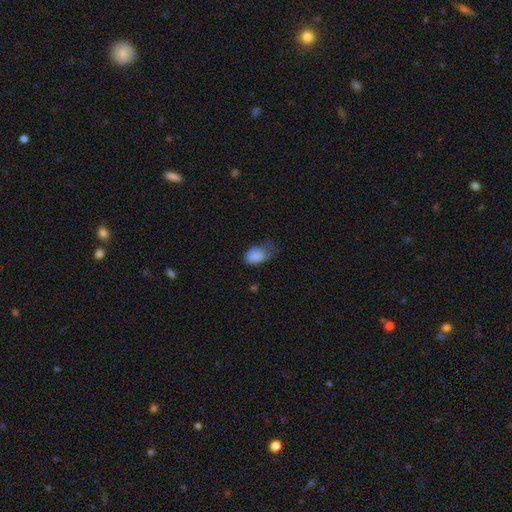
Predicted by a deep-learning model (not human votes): Smooth or featured? Predicted: smooth (p=0.83). How rounded? Predicted: in between (p=0.89). Merging? Predicted: minor disturbance (p=0.40).